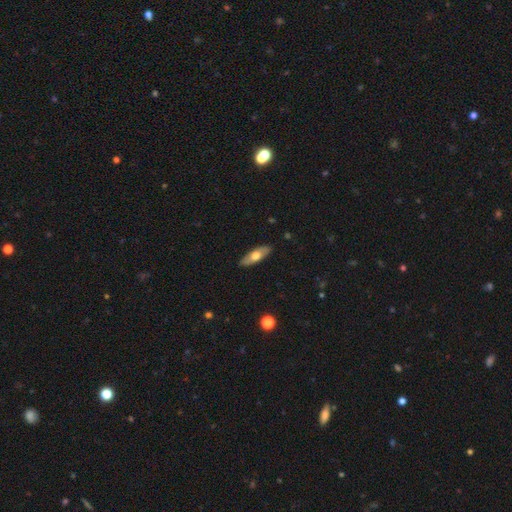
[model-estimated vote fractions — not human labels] smooth-or-featured: smooth: 52% | featured or disk: 43% | star or artifact: 5%
  how-rounded: in between: 68% | cigar-shaped: 30% | round: 3%
  merging: none: 87% | minor disturbance: 10% | major disturbance: 2% | merger: 1%